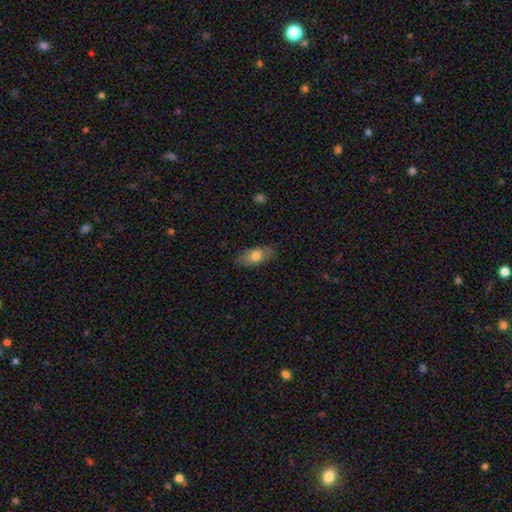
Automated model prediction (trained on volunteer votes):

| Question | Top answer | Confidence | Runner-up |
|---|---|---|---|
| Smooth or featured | smooth | 72% | featured or disk (21%) |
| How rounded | in between | 87% | cigar-shaped (9%) |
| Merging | none | 79% | minor disturbance (16%) |